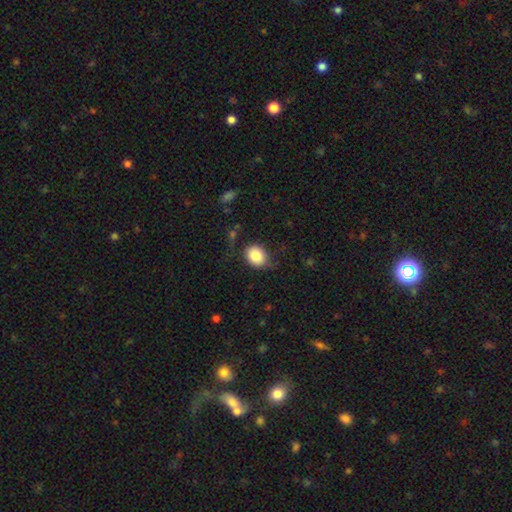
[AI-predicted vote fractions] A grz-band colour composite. It shows a smooth galaxy with no disk features (82%) that is round (57%). Merging: none (69%).